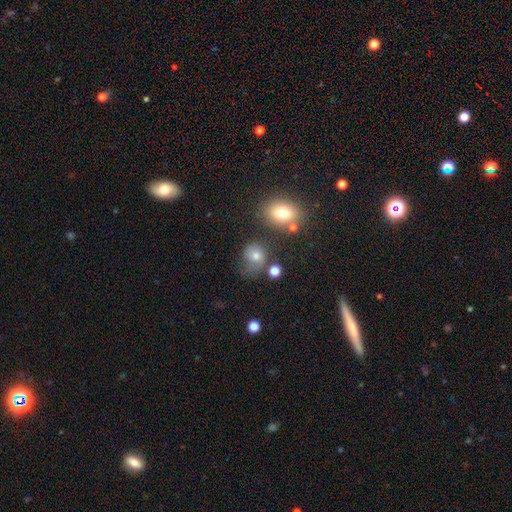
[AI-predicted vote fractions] smooth 68%, star or artifact 17%, featured or disk 16%. Down the decision tree: how rounded — round (66%); merging — none (50%).